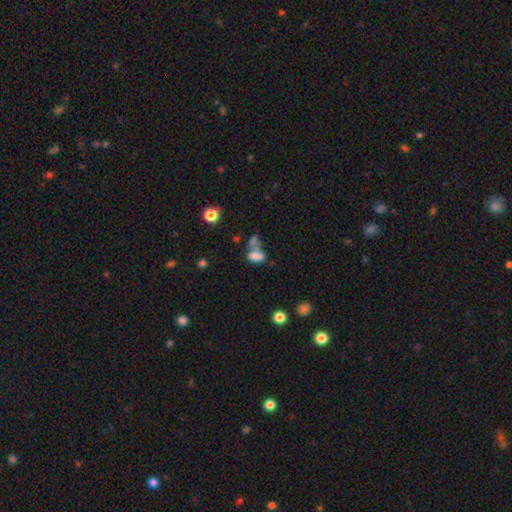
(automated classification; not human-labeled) Smooth or featured?
  - smooth: 70% *
  - featured or disk: 16%
  - star or artifact: 14%
How rounded?
  - in between: 85% *
  - round: 8%
  - cigar-shaped: 7%
Merging?
  - merger: 47% *
  - none: 25%
  - major disturbance: 15%
  - minor disturbance: 13%